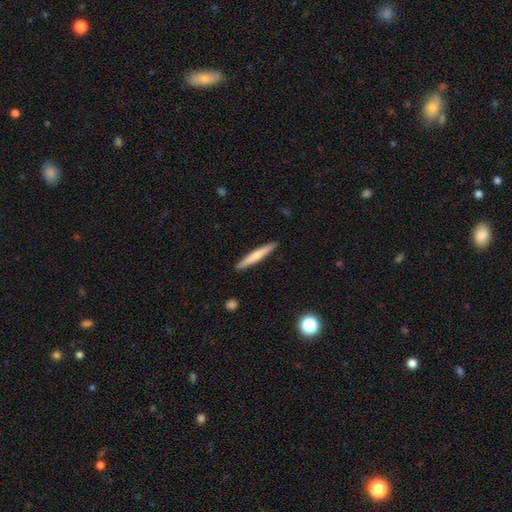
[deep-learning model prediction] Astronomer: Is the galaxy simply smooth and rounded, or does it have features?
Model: smooth — 63%.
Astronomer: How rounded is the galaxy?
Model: cigar-shaped — 96%.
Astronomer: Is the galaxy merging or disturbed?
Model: none — 91%.